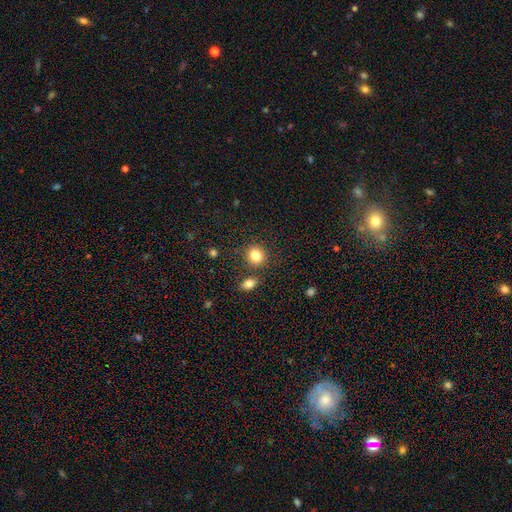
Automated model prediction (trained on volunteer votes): This is clearly a smooth galaxy (84%). How rounded: clearly round (81%). Merging: clearly none (80%).